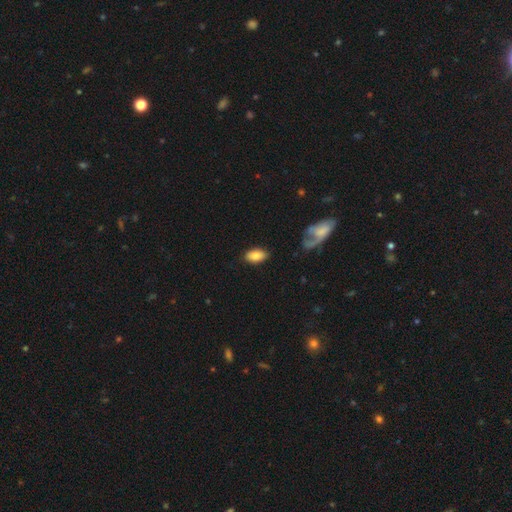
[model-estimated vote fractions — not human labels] The model was most divided on "merging": none: 83%, minor disturbance: 12%, major disturbance: 3%, merger: 2%. More confident: how rounded — in between (93%); smooth or featured — smooth (84%).